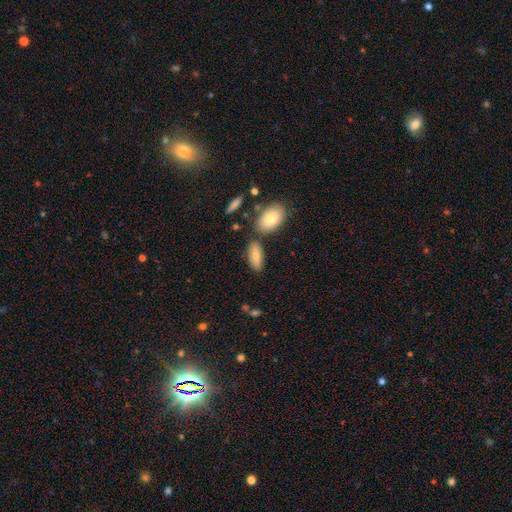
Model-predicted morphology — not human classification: This is likely a smooth galaxy (74%). How rounded: clearly in between (80%). Merging: likely none (70%).